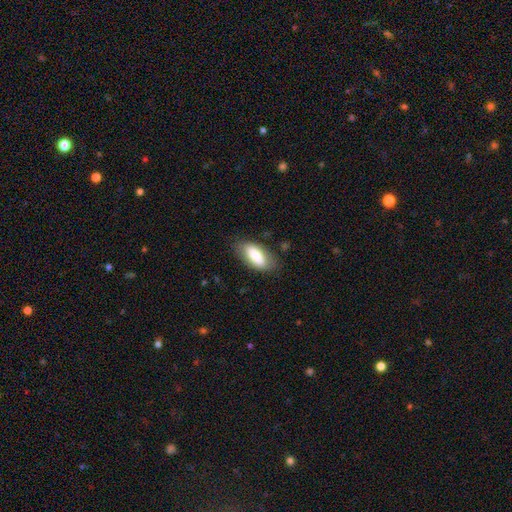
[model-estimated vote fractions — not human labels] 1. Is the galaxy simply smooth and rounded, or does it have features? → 78% smooth, 16% featured or disk, 6% star or artifact.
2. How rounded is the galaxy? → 84% in between, 14% cigar-shaped, 2% round.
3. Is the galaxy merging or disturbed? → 76% none, 18% minor disturbance, 5% major disturbance, 1% merger.